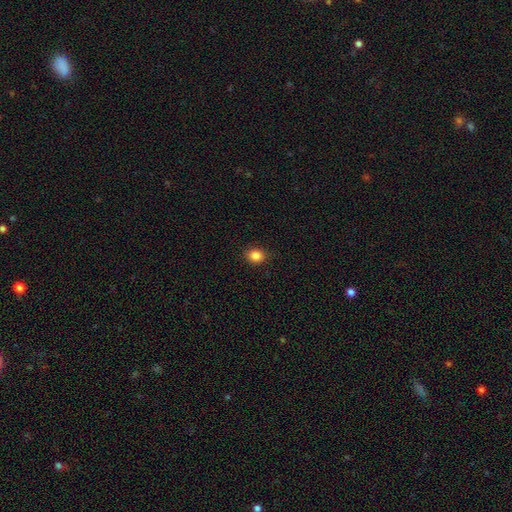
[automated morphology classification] smooth 86%, star or artifact 10%, featured or disk 4%. Down the decision tree: how rounded — round (64%); merging — none (88%).